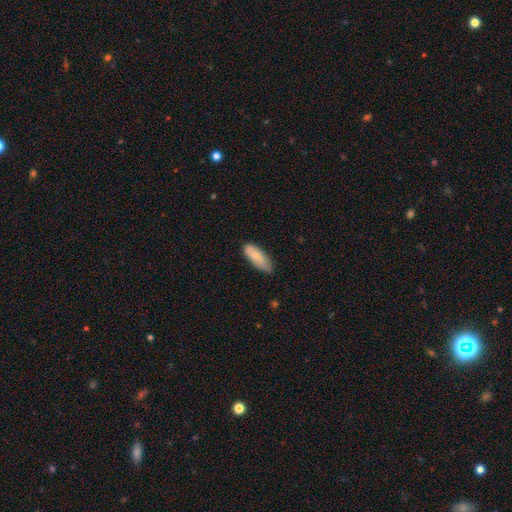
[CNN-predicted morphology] type=smooth (76%); roundness=in between (77%); merging=none (69%).